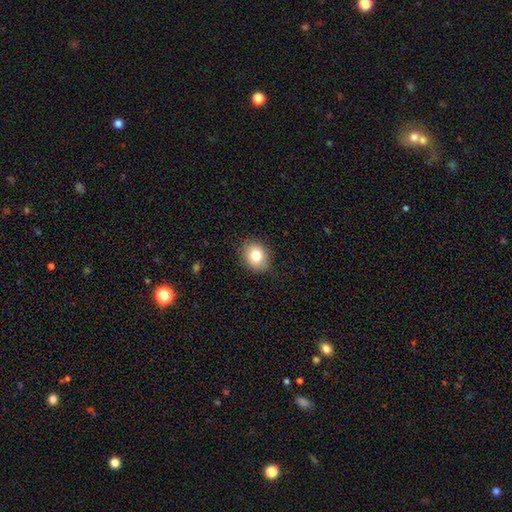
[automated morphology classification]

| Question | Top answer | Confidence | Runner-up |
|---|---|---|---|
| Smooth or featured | smooth | 82% | featured or disk (9%) |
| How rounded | round | 56% | in between (43%) |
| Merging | none | 86% | minor disturbance (11%) |